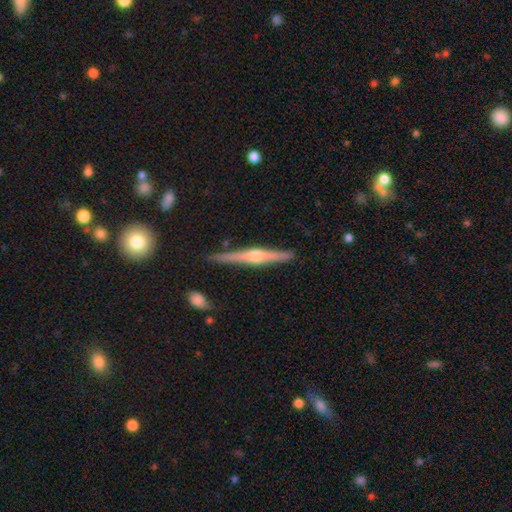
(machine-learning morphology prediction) Smooth or featured?
  - featured or disk: 80% *
  - smooth: 15%
  - star or artifact: 6%
Edge-on disk?
  - yes: 98% *
  - no: 2%
Edge-on bulge?
  - rounded: 90% *
  - boxy: 5%
  - none: 5%
Merging?
  - none: 88% *
  - minor disturbance: 9%
  - major disturbance: 2%
  - merger: 2%